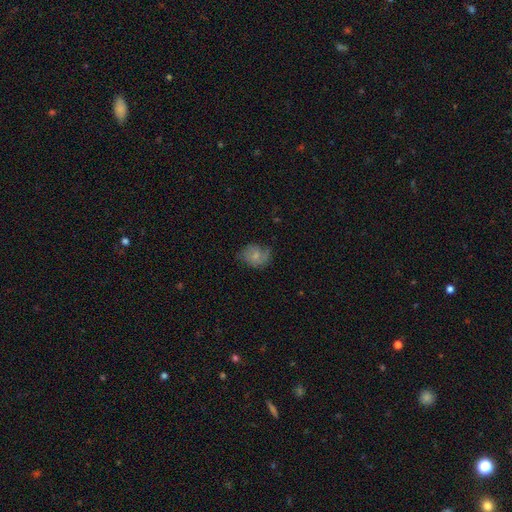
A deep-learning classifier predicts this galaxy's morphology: type=smooth (59%); roundness=in between (49%, tied with round); merging=none (55%).